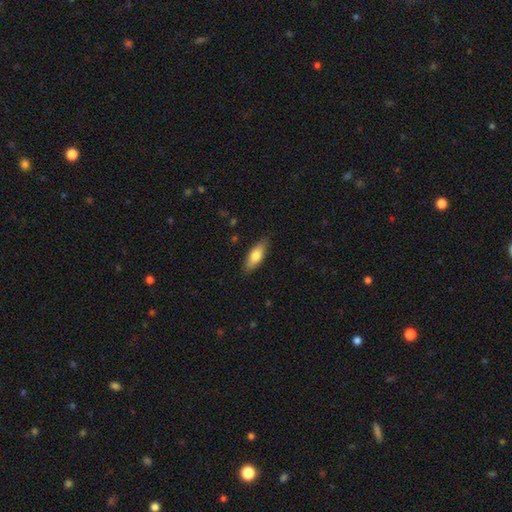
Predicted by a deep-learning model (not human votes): smooth-or-featured: smooth: 74% | featured or disk: 20% | star or artifact: 6%
  how-rounded: in between: 68% | cigar-shaped: 29% | round: 2%
  merging: none: 84% | minor disturbance: 13% | major disturbance: 2% | merger: 1%